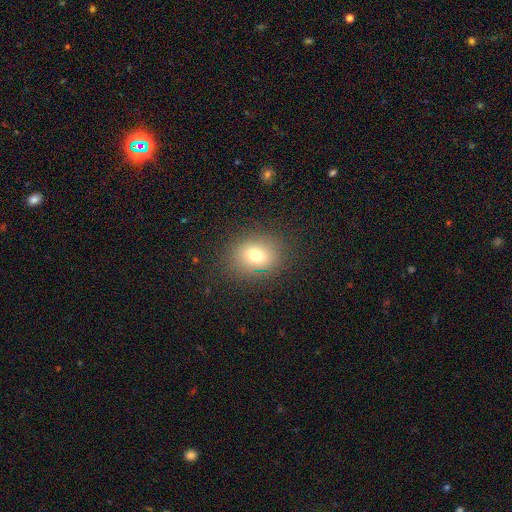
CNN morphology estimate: This appears to be a smooth galaxy with no disk features (74%) that is round (58%). Merging: none (85%).